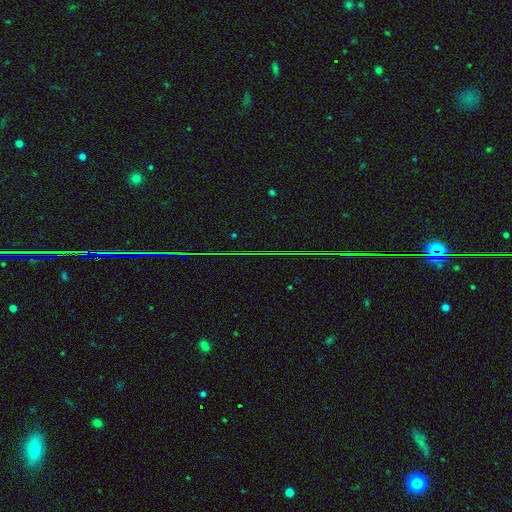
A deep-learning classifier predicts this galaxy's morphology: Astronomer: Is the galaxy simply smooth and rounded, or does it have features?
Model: star or artifact — 84%.